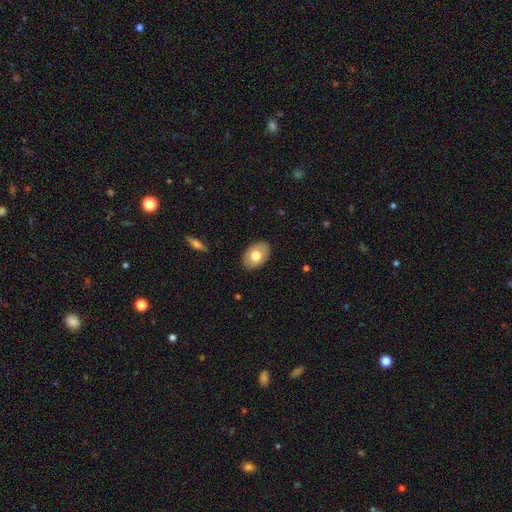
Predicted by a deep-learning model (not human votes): smooth 74%, featured or disk 19%, star or artifact 6%. Down the decision tree: how rounded — in between (88%); merging — none (88%).